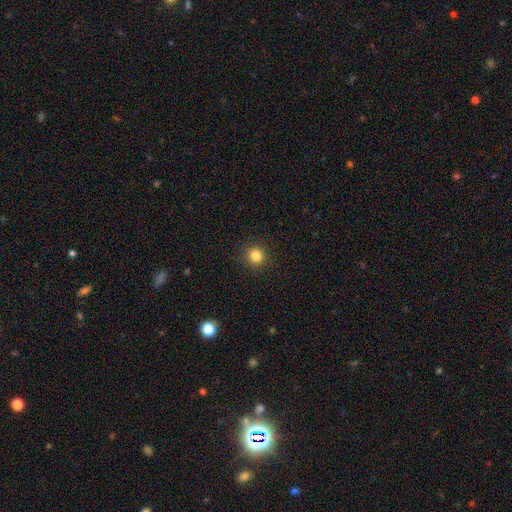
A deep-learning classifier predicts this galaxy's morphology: The model was most divided on "smooth or featured": smooth: 84%, star or artifact: 12%, featured or disk: 4%. More confident: merging — none (91%); how rounded — round (91%).